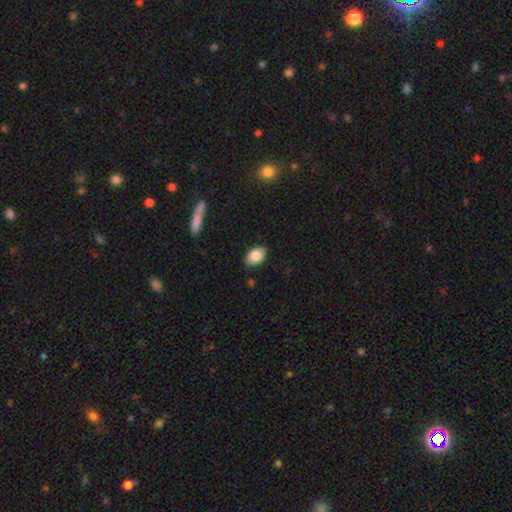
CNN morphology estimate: Smooth or featured? Predicted: smooth (p=0.85). How rounded? Predicted: in between (p=0.87). Merging? Predicted: none (p=0.85).